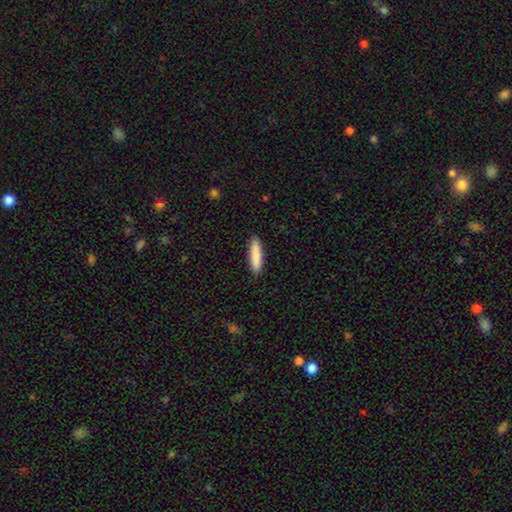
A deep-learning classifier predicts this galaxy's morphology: This appears to be a smooth galaxy with no disk features (88%) that is cigar-shaped (74%). Merging: none (90%).